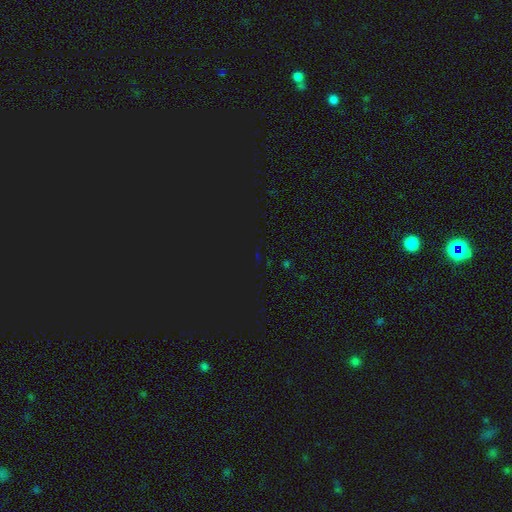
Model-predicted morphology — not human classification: smooth_or_featured: star or artifact (p=0.78) [alt: smooth p=0.15]